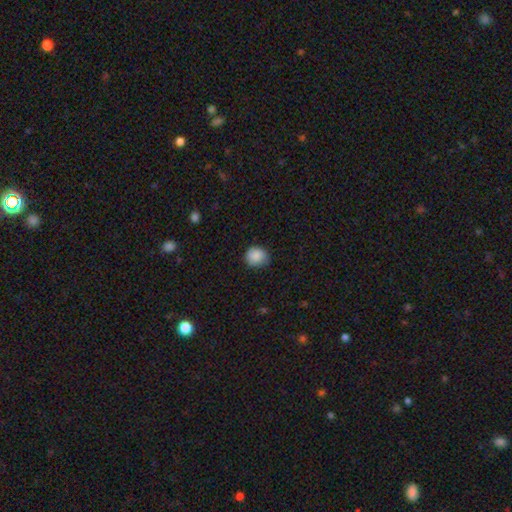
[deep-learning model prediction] Smooth or featured?
  - smooth: 87% *
  - star or artifact: 8%
  - featured or disk: 5%
How rounded?
  - round: 83% *
  - in between: 16%
  - cigar-shaped: 1%
Merging?
  - none: 77% *
  - minor disturbance: 19%
  - major disturbance: 3%
  - merger: 1%